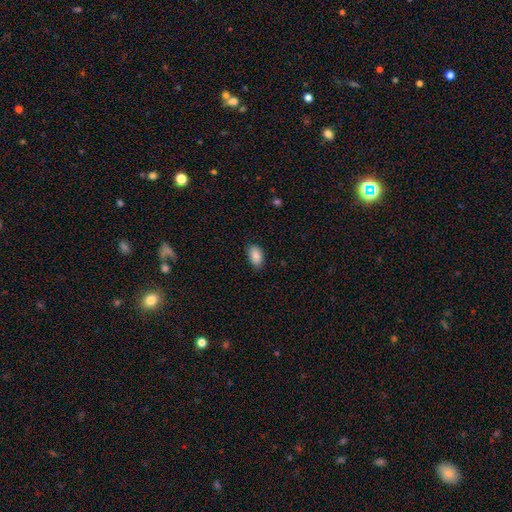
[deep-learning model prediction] This appears to be a smooth galaxy with no disk features (89%) that is in between round and cigar-shaped (94%). Merging: none (86%).